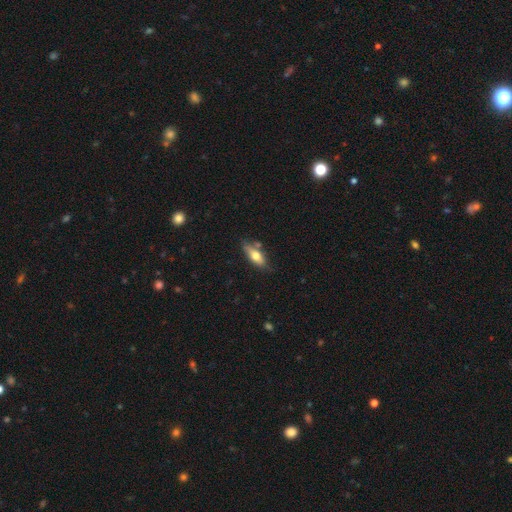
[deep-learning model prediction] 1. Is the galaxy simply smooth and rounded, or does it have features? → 62% smooth, 32% featured or disk, 7% star or artifact.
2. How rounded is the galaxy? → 67% in between, 30% cigar-shaped, 3% round.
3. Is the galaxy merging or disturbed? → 69% none, 19% minor disturbance, 8% merger, 4% major disturbance.